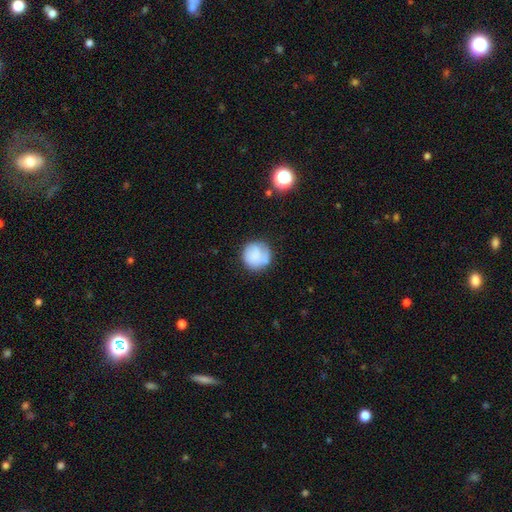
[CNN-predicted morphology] A smooth galaxy with no disk features (76%) that is round (92%). Merging: none (70%).